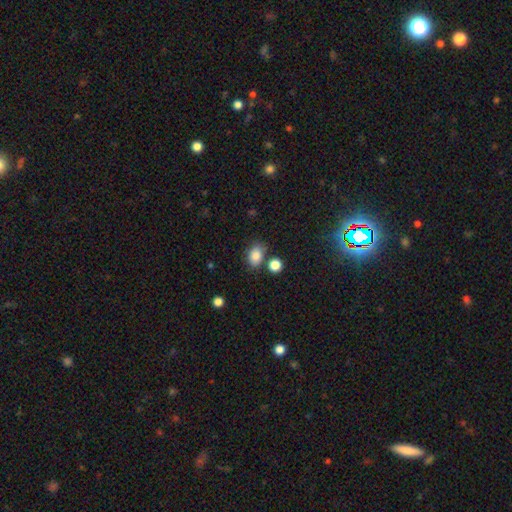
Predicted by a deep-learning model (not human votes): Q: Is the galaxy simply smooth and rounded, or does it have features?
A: smooth — 84%.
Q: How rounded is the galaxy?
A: in between — 73%.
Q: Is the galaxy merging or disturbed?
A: none — 70%.